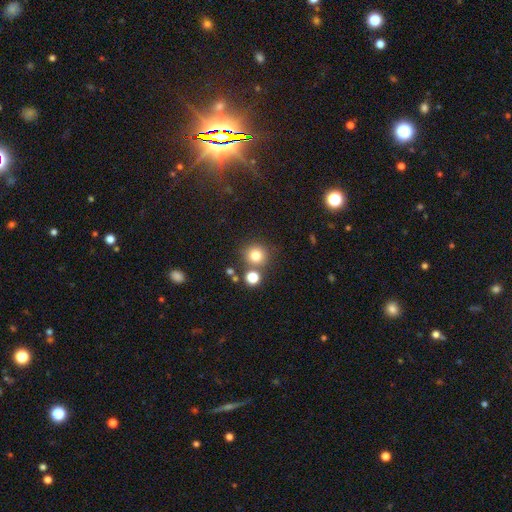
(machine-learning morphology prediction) smooth_or_featured: smooth (p=0.79) [alt: star or artifact p=0.14]
how_rounded: round (p=0.92) [alt: in between p=0.07]
merging: none (p=0.74) [alt: merger p=0.14]